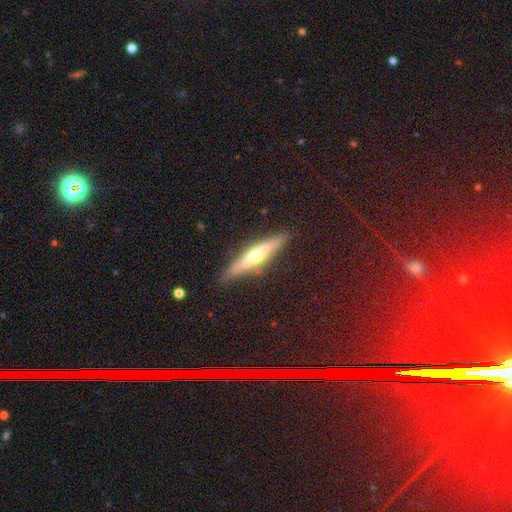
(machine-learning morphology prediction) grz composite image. It shows a featured or disk galaxy (66%) viewed edge-on (93%) with a rounded central bulge (86%). Merging: none (86%).